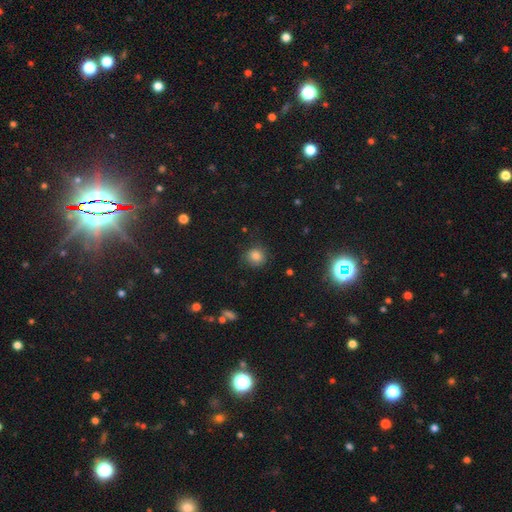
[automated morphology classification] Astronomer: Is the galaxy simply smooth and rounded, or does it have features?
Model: smooth — 81%.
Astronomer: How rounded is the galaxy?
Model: round — 89%.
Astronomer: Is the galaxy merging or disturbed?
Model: none — 81%.